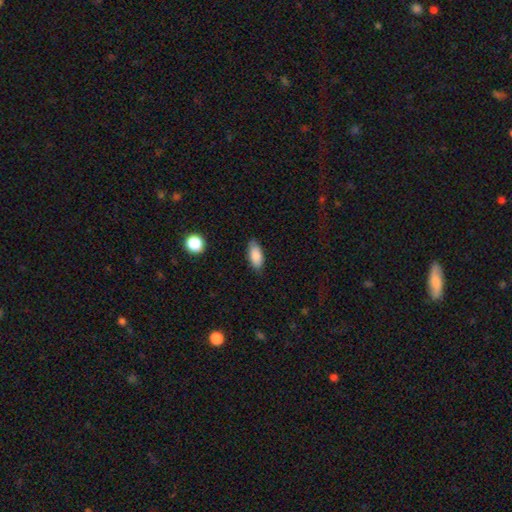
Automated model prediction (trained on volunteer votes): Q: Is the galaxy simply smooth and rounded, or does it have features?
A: smooth — 86%.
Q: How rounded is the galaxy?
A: in between — 87%.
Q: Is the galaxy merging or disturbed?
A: none — 82%.